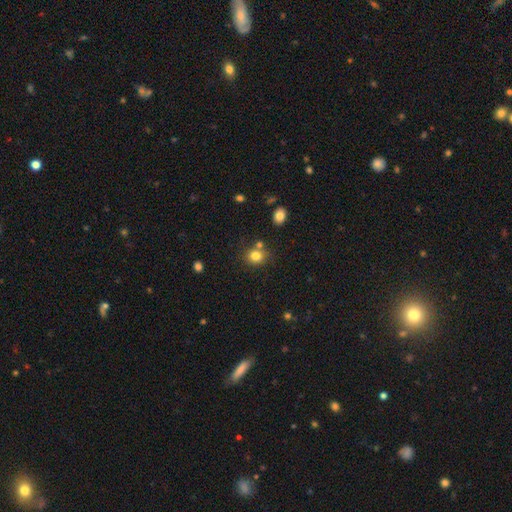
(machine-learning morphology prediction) Q: Smooth or featured?
A: smooth (81%); runner-up: star or artifact (12%)
Q: How rounded?
A: round (76%); runner-up: in between (23%)
Q: Merging?
A: none (71%); runner-up: merger (15%)